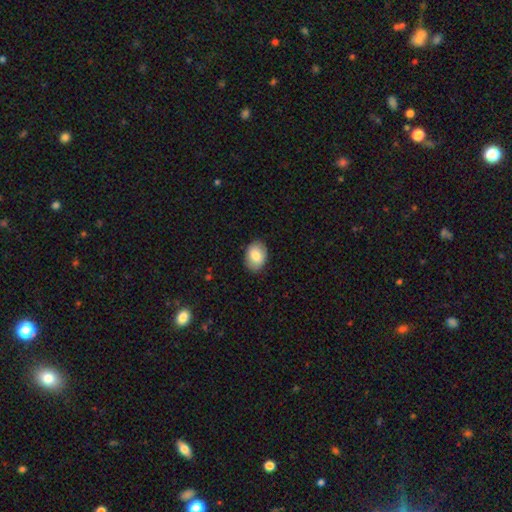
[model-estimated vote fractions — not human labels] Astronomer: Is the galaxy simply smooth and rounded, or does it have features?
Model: smooth — 80%.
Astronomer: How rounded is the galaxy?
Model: in between — 76%.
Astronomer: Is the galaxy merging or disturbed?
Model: none — 86%.